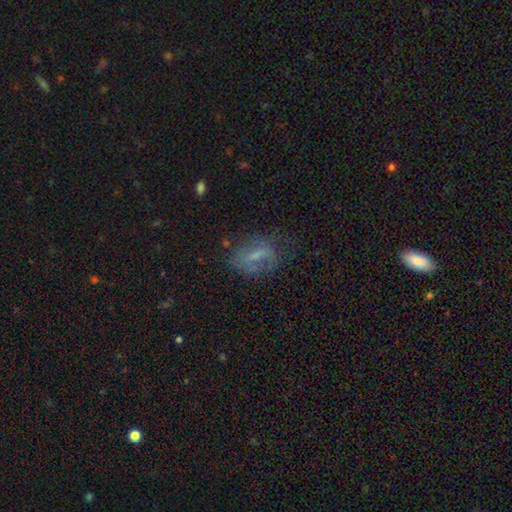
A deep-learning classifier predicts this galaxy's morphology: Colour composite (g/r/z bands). It shows a smooth galaxy with no disk features (46%). Merging: none (53%).